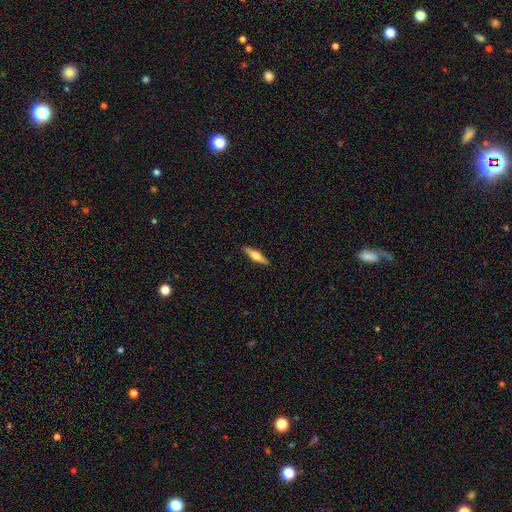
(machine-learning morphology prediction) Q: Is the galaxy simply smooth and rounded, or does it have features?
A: smooth — 50%.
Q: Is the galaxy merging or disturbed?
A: none — 90%.